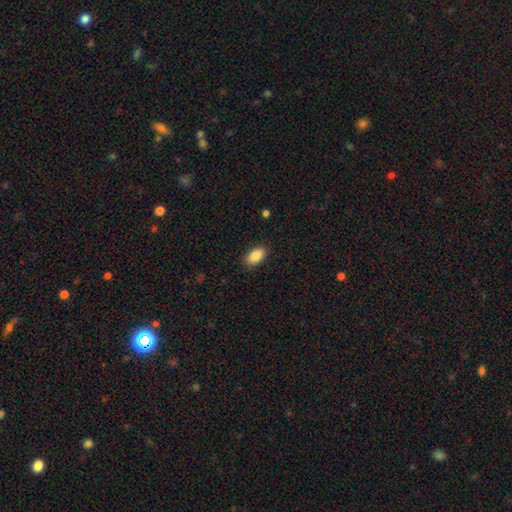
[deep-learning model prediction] smooth_or_featured: smooth (p=0.87) [alt: star or artifact p=0.07]
how_rounded: in between (p=0.93) [alt: round p=0.05]
merging: none (p=0.88) [alt: minor disturbance p=0.09]